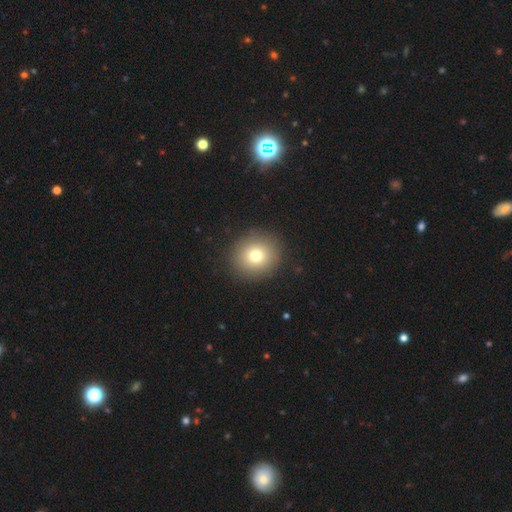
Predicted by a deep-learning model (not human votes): smooth_or_featured: smooth (p=0.76) [alt: star or artifact p=0.13]
how_rounded: round (p=0.87) [alt: in between p=0.12]
merging: none (p=0.90) [alt: minor disturbance p=0.06]